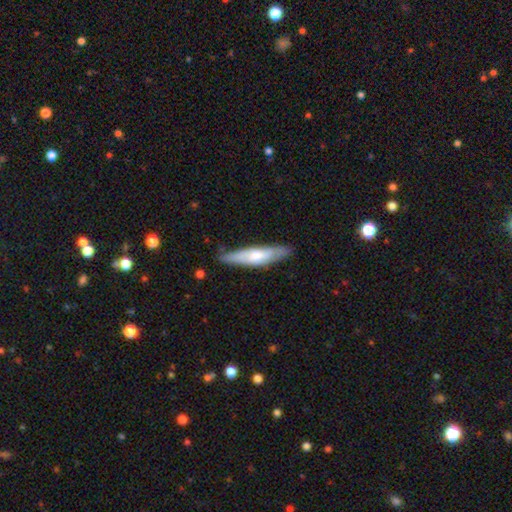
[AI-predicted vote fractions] smooth 53%, featured or disk 42%, star or artifact 5%. Down the decision tree: how rounded — cigar-shaped (79%); merging — none (81%).